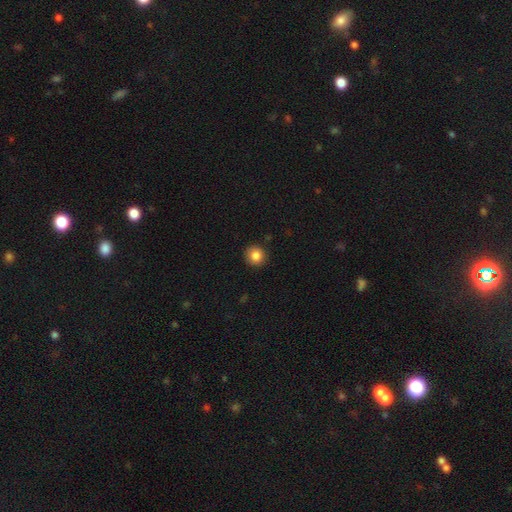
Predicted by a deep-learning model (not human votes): This appears to be a smooth galaxy with no disk features (85%) that is round (92%). Merging: none (90%).